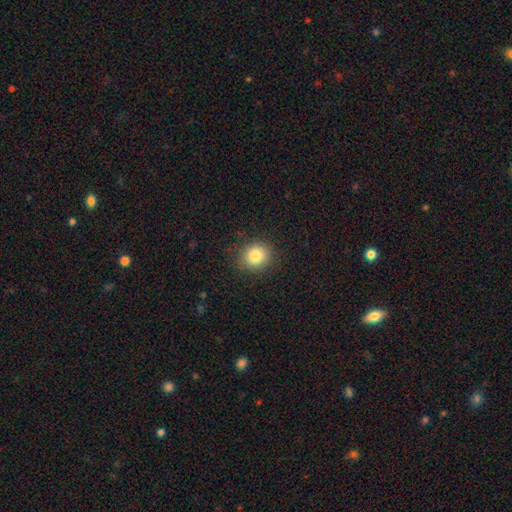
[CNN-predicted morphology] Overall: smooth (84%). How rounded: round (77%). Merging: none (88%).